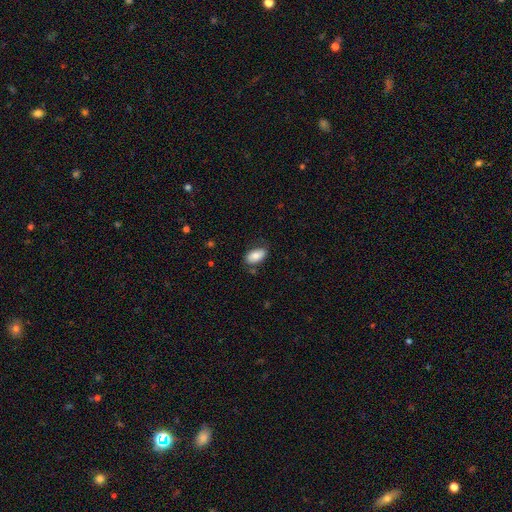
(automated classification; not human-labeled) This appears to be a smooth galaxy with no disk features (83%) that is in between round and cigar-shaped (94%). Merging: none (74%).